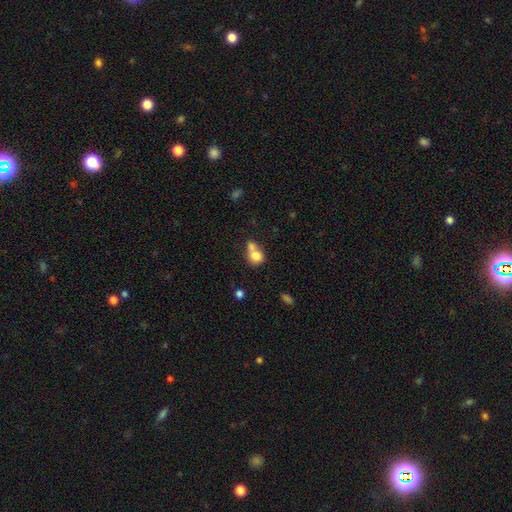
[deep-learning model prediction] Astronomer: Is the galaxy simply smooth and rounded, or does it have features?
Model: smooth — 76%.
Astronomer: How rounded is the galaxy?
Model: round — 67%.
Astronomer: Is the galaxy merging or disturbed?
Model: merger — 60%.